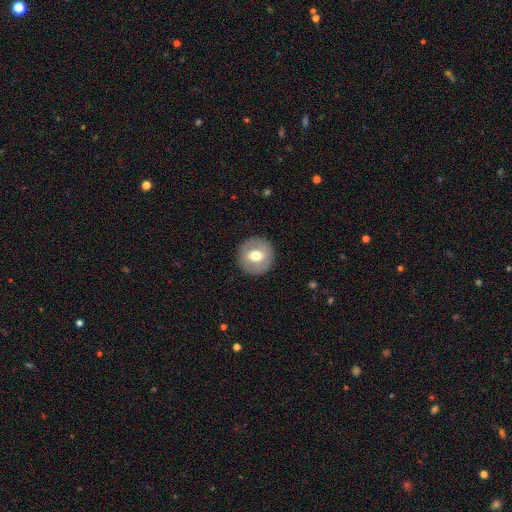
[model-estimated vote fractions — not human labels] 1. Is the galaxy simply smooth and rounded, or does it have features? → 56% smooth, 37% featured or disk, 7% star or artifact.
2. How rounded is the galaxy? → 91% round, 8% in between, 1% cigar-shaped.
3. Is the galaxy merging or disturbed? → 89% none, 7% minor disturbance, 3% major disturbance, 1% merger.